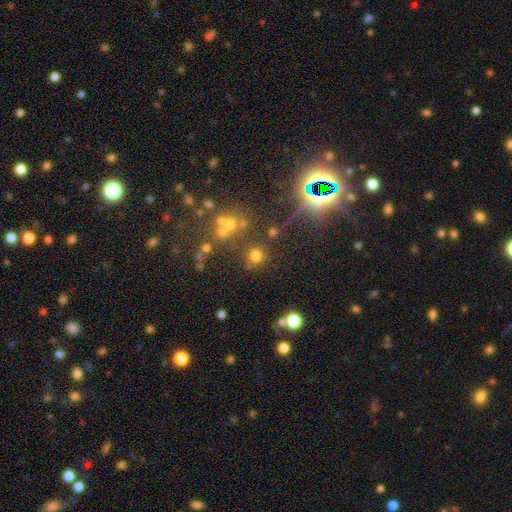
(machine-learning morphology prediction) smooth-or-featured: smooth: 68% | star or artifact: 22% | featured or disk: 10%
  how-rounded: round: 83% | in between: 16% | cigar-shaped: 2%
  merging: none: 71% | merger: 11% | minor disturbance: 11% | major disturbance: 6%